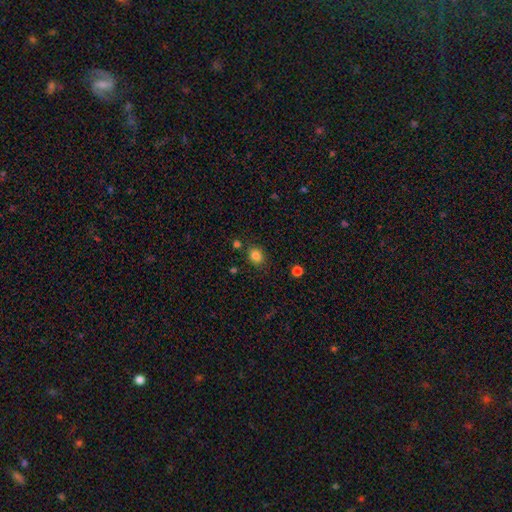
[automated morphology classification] A smooth galaxy with no disk features (83%) that is round (64%). Merging: none (83%).